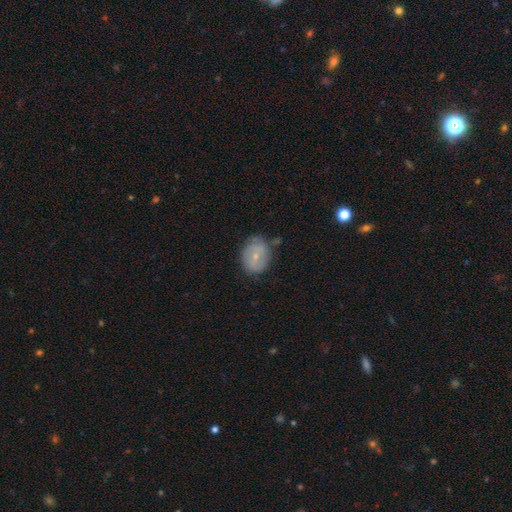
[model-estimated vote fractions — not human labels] This appears to be a smooth galaxy with no disk features (56%) that is round (53%). Merging: none (69%).